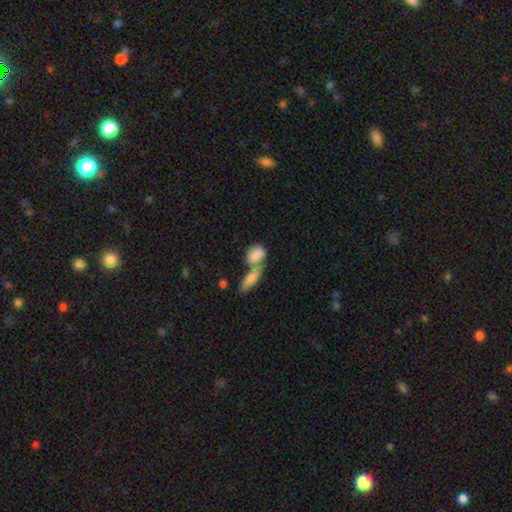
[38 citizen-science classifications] This appears to be a smooth galaxy with no disk features (87%) that is in between round and cigar-shaped (76%). Merging: merger (69%).